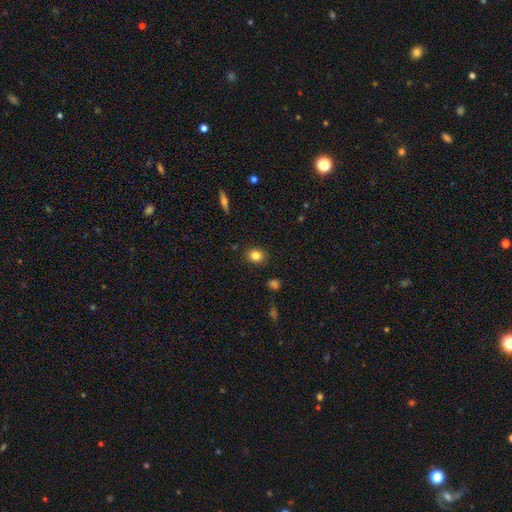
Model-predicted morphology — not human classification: Smooth or featured? smooth (83%)
How rounded? round (60%)
Merging? none (88%)